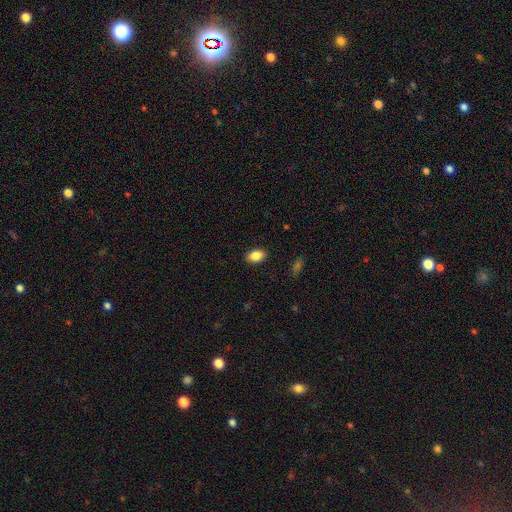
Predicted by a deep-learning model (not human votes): A smooth galaxy with no disk features (86%) that is in between round and cigar-shaped (85%).

Vote fractions:
- Smooth or featured? smooth: 86% / star or artifact: 8% / featured or disk: 5%
- How rounded? in between: 85% / round: 14% / cigar-shaped: 1%
- Merging? none: 89% / minor disturbance: 8% / major disturbance: 2% / merger: 1%